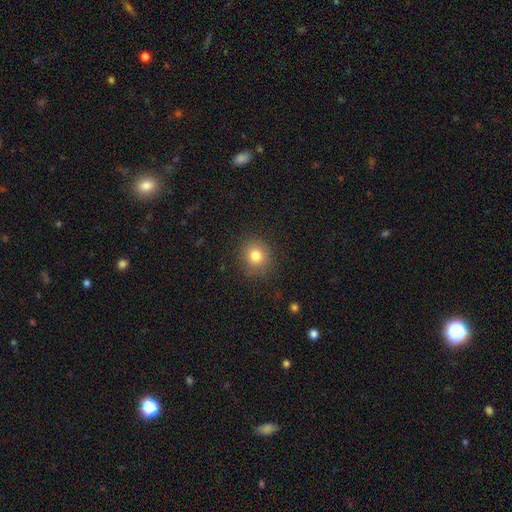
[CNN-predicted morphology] Overall: smooth (79%). How rounded: round (81%). Merging: none (84%).